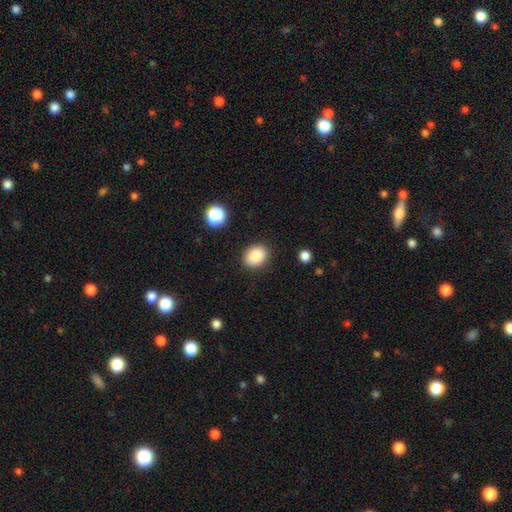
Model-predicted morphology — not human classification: smooth_or_featured: smooth (p=0.86) [alt: star or artifact p=0.09]
how_rounded: round (p=0.50) [alt: in between p=0.49]
merging: none (p=0.87) [alt: minor disturbance p=0.08]